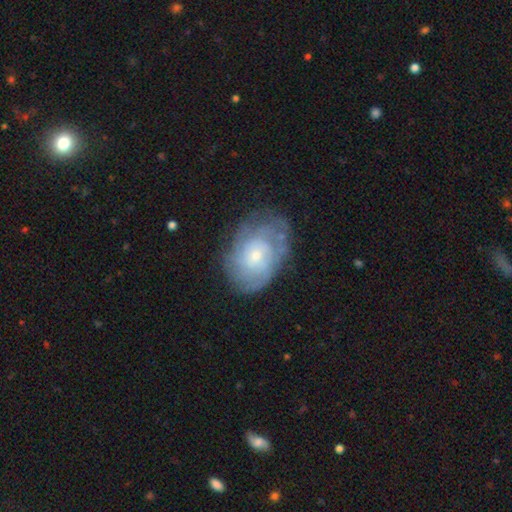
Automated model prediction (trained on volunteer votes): Smooth or featured: featured or disk — 64% (smooth — 29%)
Edge-on disk: no — 96% (yes — 4%)
Bar: no — 77% (weak — 20%)
Spiral arms: yes — 76% (no — 24%)
Bulge size: small — 64% (moderate — 30%)
Merging: none — 62% (minor disturbance — 24%)